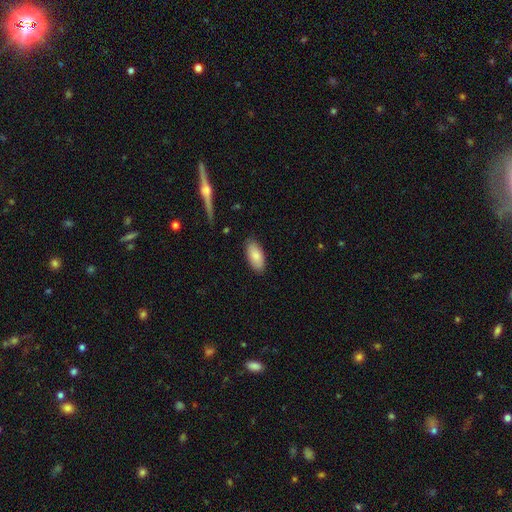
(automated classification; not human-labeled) This appears to be a smooth galaxy with no disk features (85%) that is in between round and cigar-shaped (91%). Merging: none (86%).